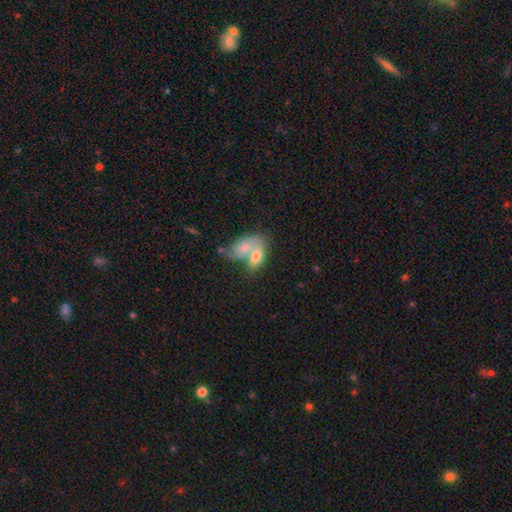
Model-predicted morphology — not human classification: Smooth or featured? Predicted: smooth (p=0.68). How rounded? Predicted: in between (p=0.87). Merging? Predicted: merger (p=0.73).